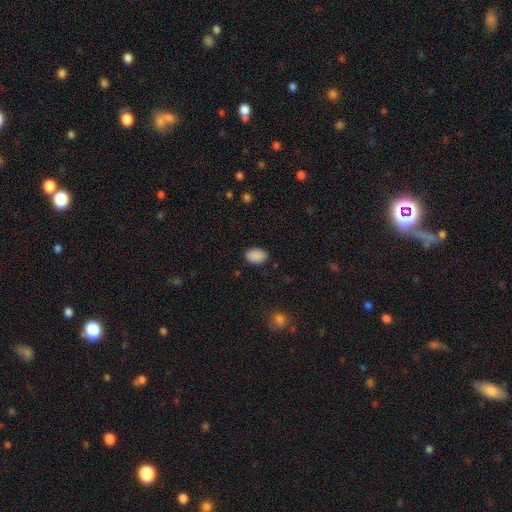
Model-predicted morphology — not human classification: Smooth or featured?
  - smooth: 89% *
  - star or artifact: 8%
  - featured or disk: 3%
How rounded?
  - in between: 85% *
  - round: 14%
  - cigar-shaped: 1%
Merging?
  - none: 86% *
  - minor disturbance: 10%
  - major disturbance: 3%
  - merger: 1%